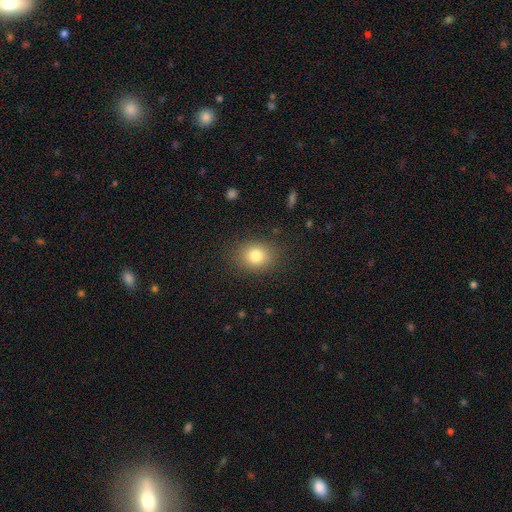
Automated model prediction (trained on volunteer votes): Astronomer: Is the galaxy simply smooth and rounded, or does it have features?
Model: smooth — 81%.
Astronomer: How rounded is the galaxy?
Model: round — 60% (runner-up: in between, 39%).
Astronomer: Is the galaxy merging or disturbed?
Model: none — 86%.